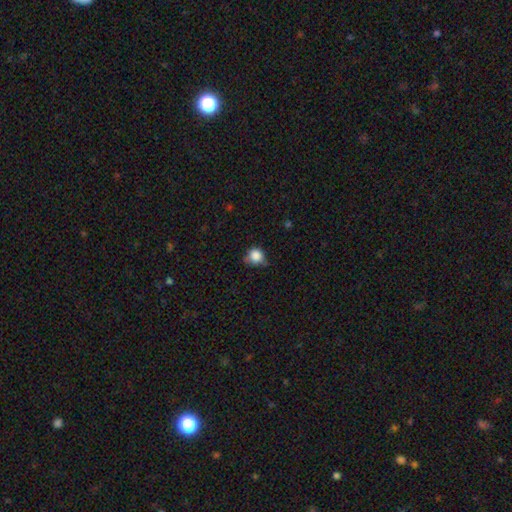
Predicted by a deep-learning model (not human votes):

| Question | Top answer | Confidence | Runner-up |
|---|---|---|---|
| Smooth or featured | smooth | 85% | star or artifact (10%) |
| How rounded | round | 84% | in between (15%) |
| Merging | none | 52% | minor disturbance (37%) |